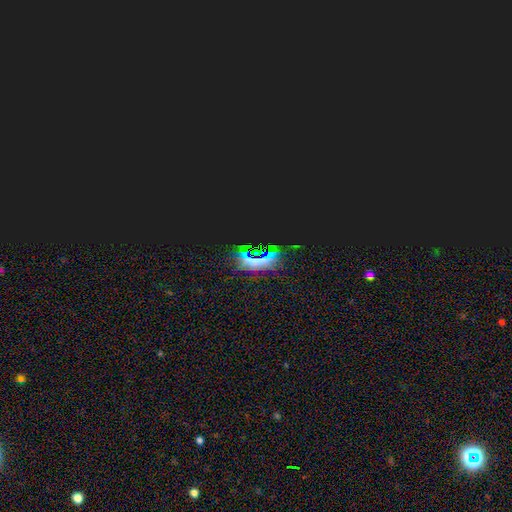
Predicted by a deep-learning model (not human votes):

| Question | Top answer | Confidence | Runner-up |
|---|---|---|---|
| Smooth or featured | star or artifact | 73% | smooth (17%) |